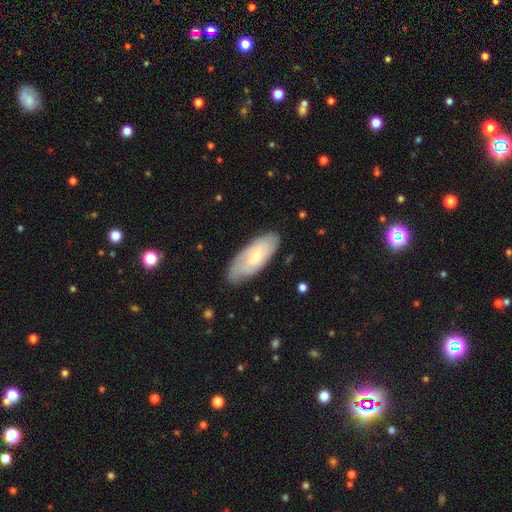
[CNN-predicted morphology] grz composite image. It shows a featured or disk galaxy (49%). Merging: none (75%).